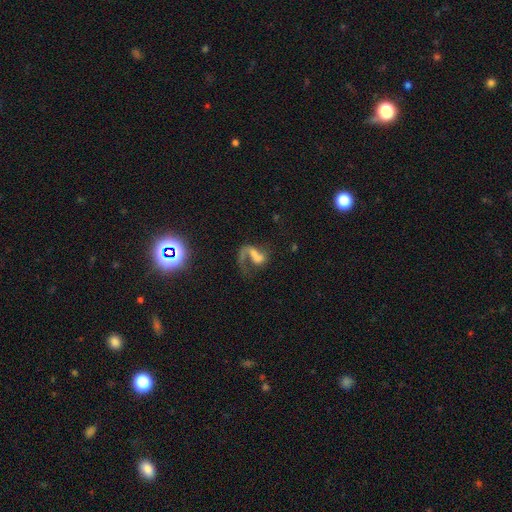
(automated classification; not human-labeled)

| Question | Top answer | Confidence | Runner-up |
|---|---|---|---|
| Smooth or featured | featured or disk | 59% | smooth (28%) |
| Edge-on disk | no | 96% | yes (4%) |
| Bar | no | 58% | weak (27%) |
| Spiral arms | yes | 66% | no (34%) |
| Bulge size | none | 39% | small (24%) |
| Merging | major disturbance | 39% | merger (26%) |